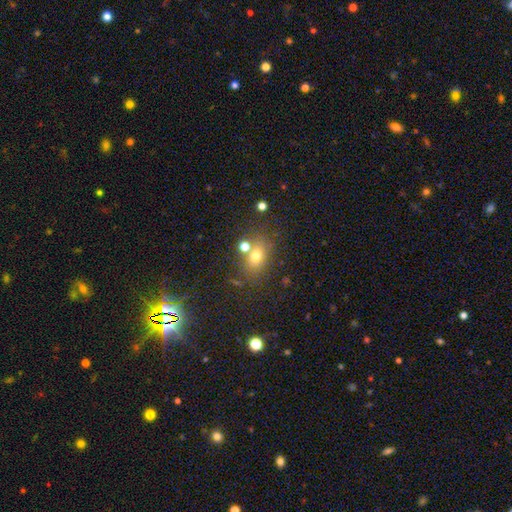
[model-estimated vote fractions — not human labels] Overall: smooth (70%). How rounded: in between (62%; round 36%). Merging: none (66%).